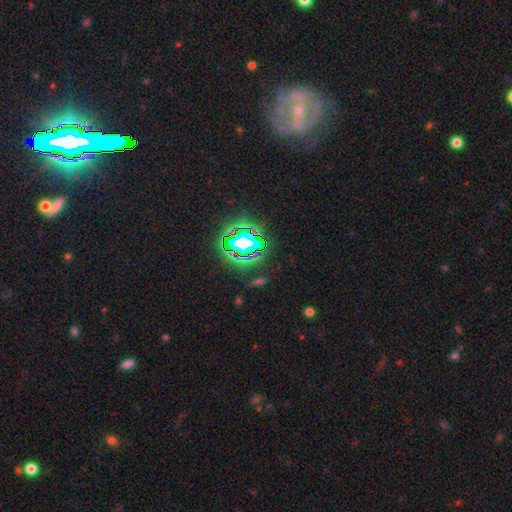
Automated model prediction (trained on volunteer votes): Morphology: type=star or artifact (71%).